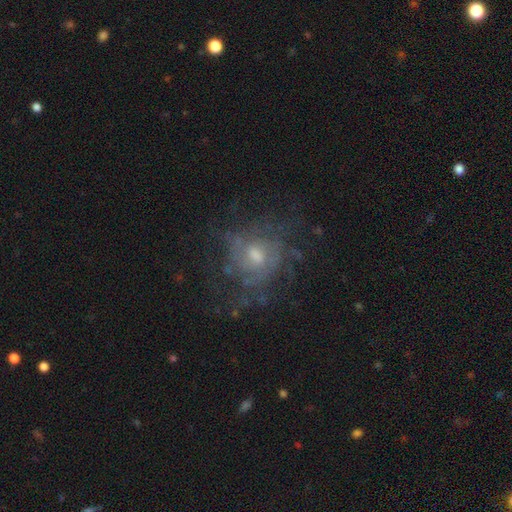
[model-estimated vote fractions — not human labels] Smooth or featured? featured or disk (68%)
Edge-on disk? no (97%)
Bar? no (60%)
Spiral arms? yes (71%)
Bulge size? moderate (54%)
Merging? none (60%)